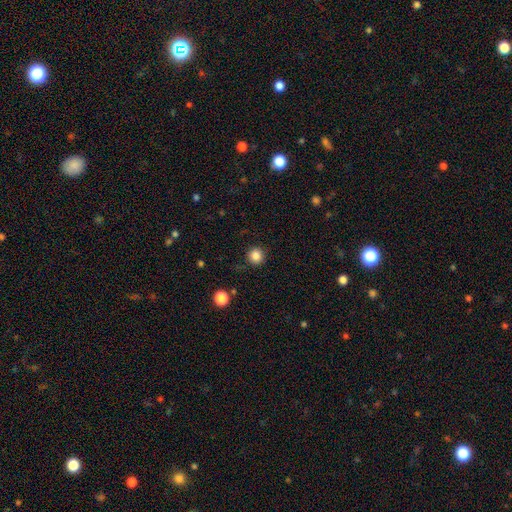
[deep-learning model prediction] This appears to be a smooth galaxy with no disk features (84%) that is round (95%). Merging: none (89%).